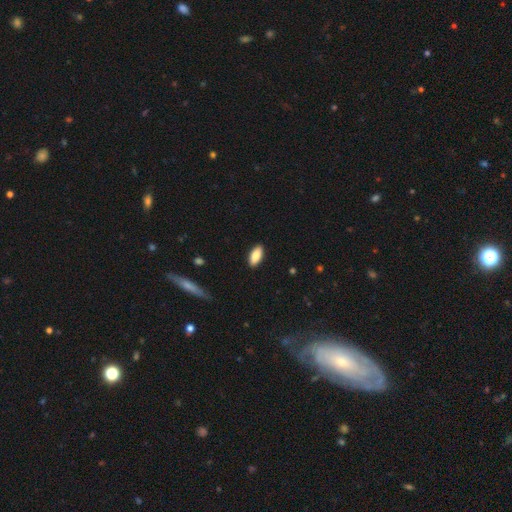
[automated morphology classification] This is clearly a smooth galaxy (86%). How rounded: clearly in between (84%). Merging: clearly none (89%).